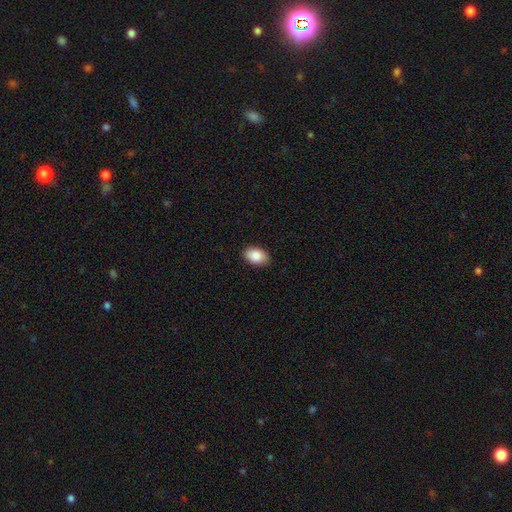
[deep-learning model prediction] Morphology: type=smooth (88%); roundness=in between (88%); merging=none (86%).